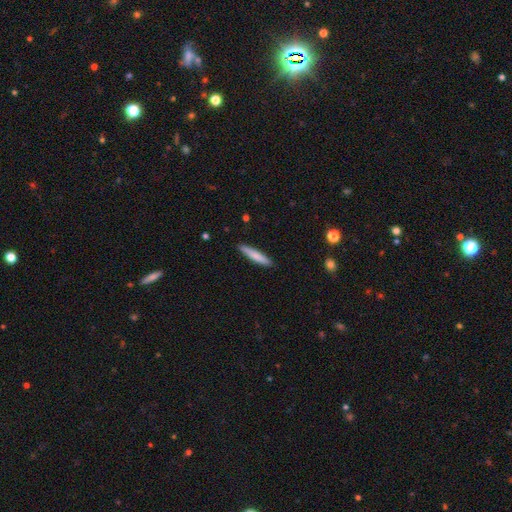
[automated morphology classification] smooth 78%, featured or disk 17%, star or artifact 5%. Down the decision tree: how rounded — cigar-shaped (91%); merging — none (90%).